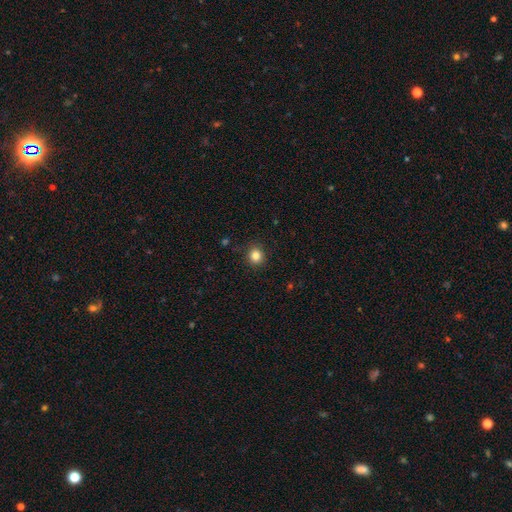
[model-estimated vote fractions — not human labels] Overall: smooth (84%). How rounded: round (88%). Merging: none (90%).